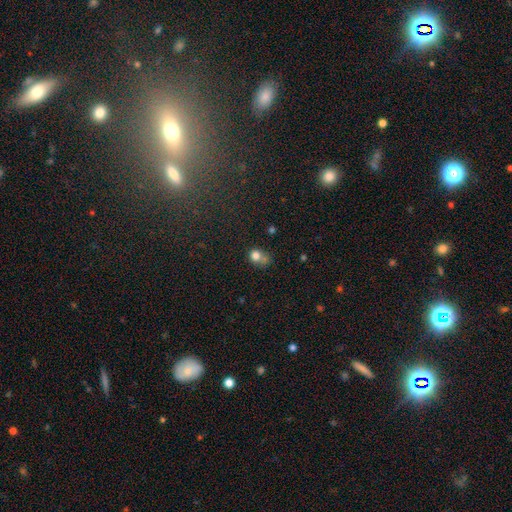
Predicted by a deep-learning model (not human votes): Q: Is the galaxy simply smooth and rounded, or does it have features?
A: smooth — 76%.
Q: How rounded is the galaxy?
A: round — 70%.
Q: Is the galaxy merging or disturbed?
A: none — 38%.